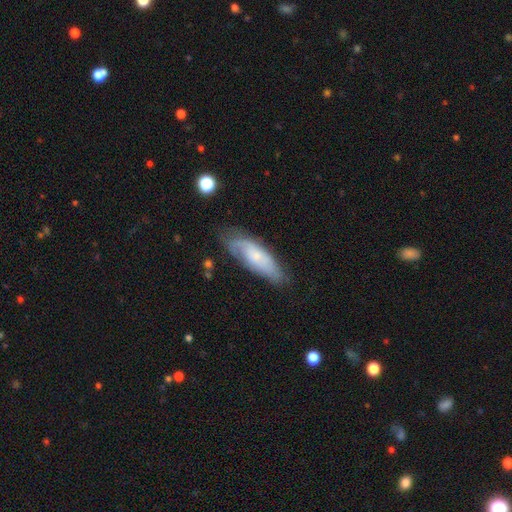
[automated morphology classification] smooth-or-featured: featured or disk: 51% | smooth: 42% | star or artifact: 7%
  disk-edge-on: no: 80% | yes: 20%
  merging: none: 63% | minor disturbance: 26% | major disturbance: 9% | merger: 2%